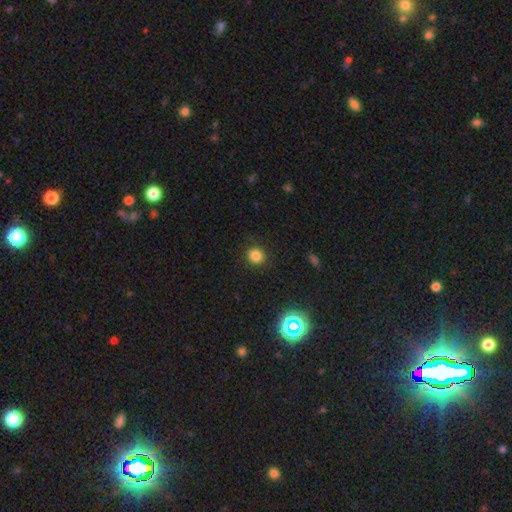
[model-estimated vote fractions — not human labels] smooth 80%, star or artifact 15%, featured or disk 5%. Down the decision tree: how rounded — round (82%); merging — none (87%).